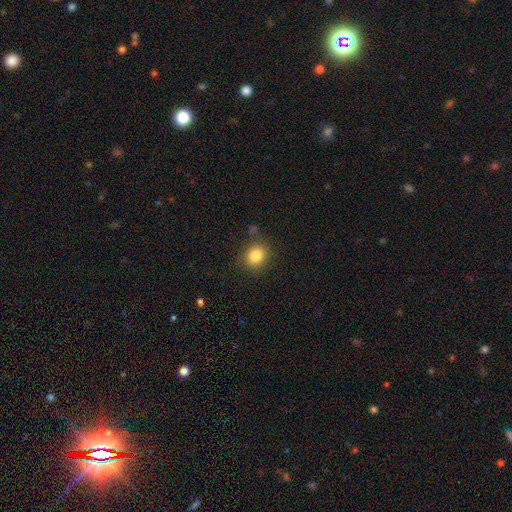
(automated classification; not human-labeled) Smooth or featured? Predicted: smooth (p=0.85). How rounded? Predicted: round (p=0.65). Merging? Predicted: none (p=0.84).